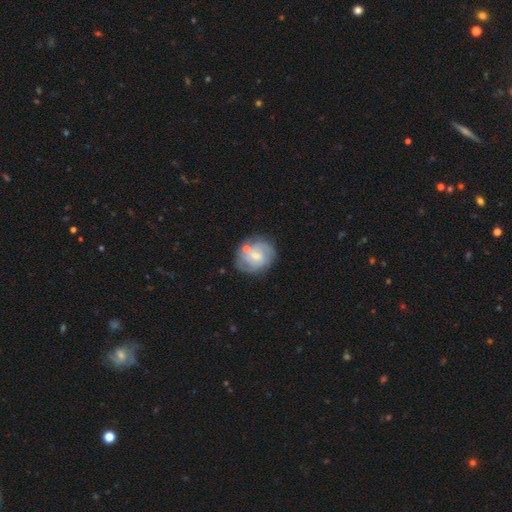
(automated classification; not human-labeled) Smooth or featured: featured or disk — 64% (smooth — 30%)
Edge-on disk: no — 97% (yes — 3%)
Bar: no — 59% (weak — 35%)
Spiral arms: yes — 81% (no — 19%)
Spiral winding: tight — 54% (medium — 34%)
Spiral arm count: can't tell — 38% (2 — 35%)
Bulge size: small — 61% (moderate — 32%)
Merging: none — 63% (minor disturbance — 18%)